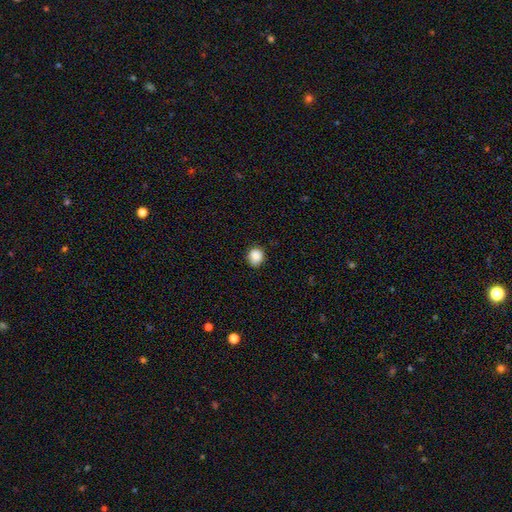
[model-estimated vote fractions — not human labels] Smooth or featured: smooth — 87% (star or artifact — 9%)
How rounded: round — 82% (in between — 17%)
Merging: none — 83% (minor disturbance — 14%)